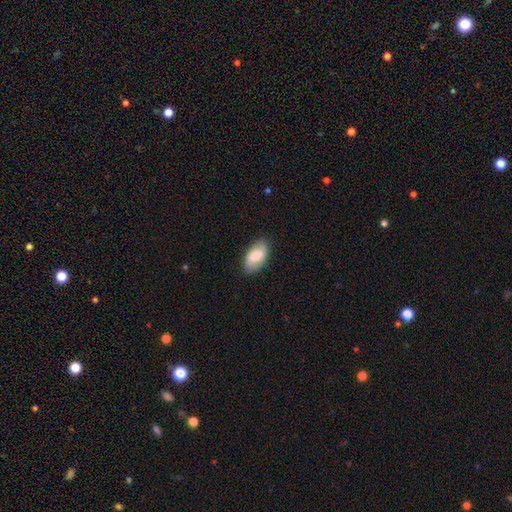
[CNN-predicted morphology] Smooth or featured? Predicted: smooth (p=0.68). How rounded? Predicted: in between (p=0.94). Merging? Predicted: none (p=0.83).